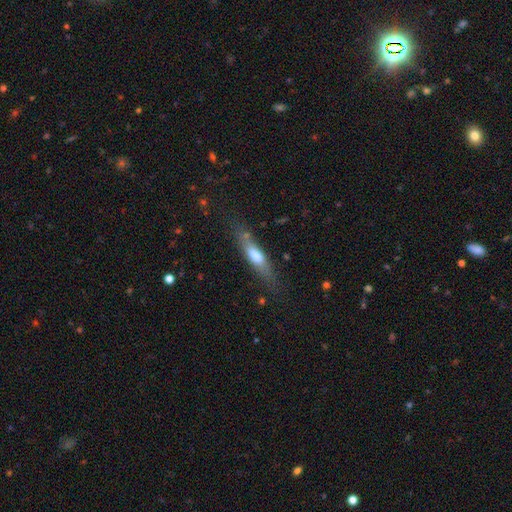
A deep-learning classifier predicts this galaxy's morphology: smooth_or_featured: smooth (p=0.55) [alt: featured or disk p=0.38]
how_rounded: cigar-shaped (p=0.71) [alt: in between p=0.27]
merging: none (p=0.69) [alt: minor disturbance p=0.20]